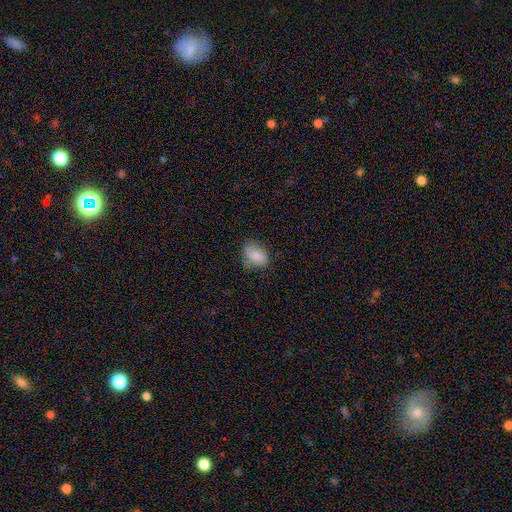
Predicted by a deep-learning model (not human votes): smooth 81%, featured or disk 11%, star or artifact 7%. Down the decision tree: how rounded — in between (79%); merging — none (68%).